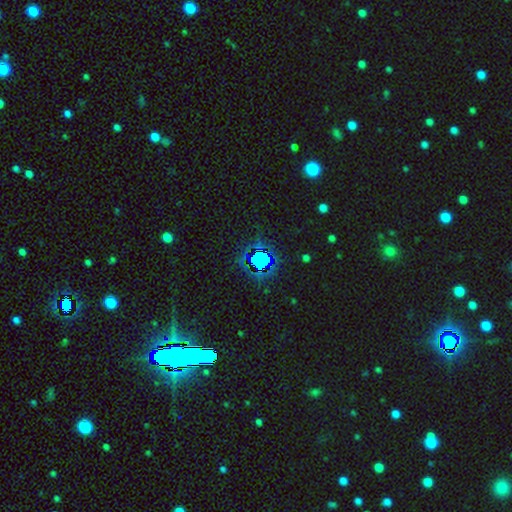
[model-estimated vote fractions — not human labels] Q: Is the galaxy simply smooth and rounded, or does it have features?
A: star or artifact — 67%.